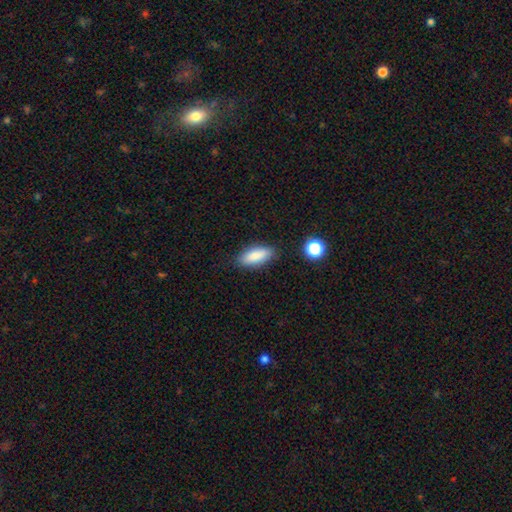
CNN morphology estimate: smooth_or_featured: smooth (p=0.85) [alt: featured or disk p=0.08]
how_rounded: in between (p=0.75) [alt: cigar-shaped p=0.23]
merging: none (p=0.83) [alt: minor disturbance p=0.12]